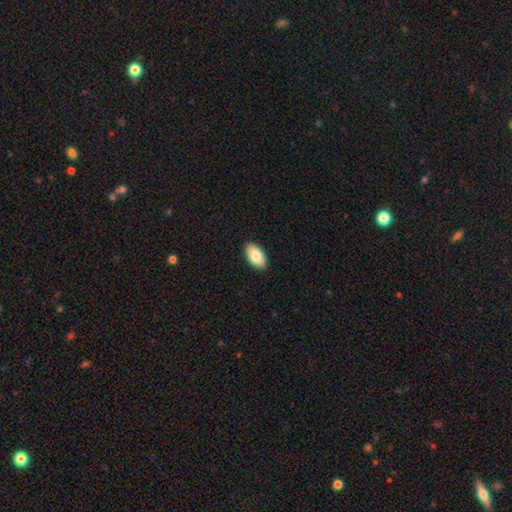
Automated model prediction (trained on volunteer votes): Overall: smooth (85%). How rounded: in between (95%). Merging: none (90%).